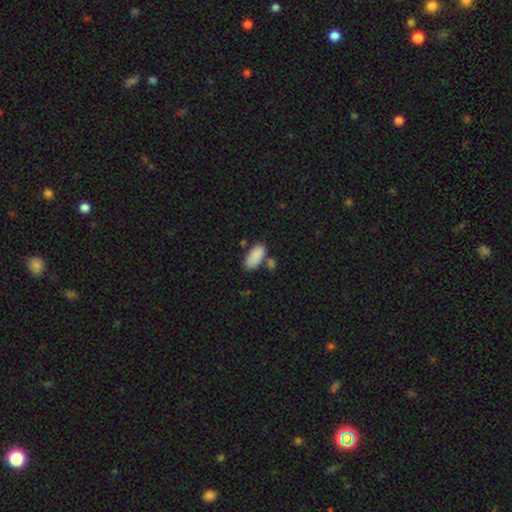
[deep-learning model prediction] Morphology: type=smooth (88%); roundness=in between (90%); merging=none (64%).